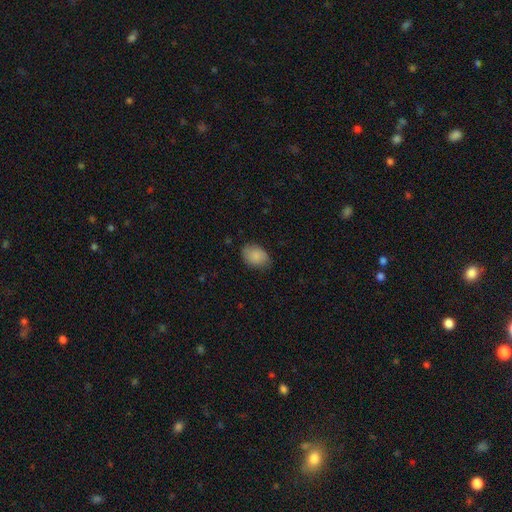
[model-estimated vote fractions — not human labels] smooth 86%, featured or disk 7%, star or artifact 7%. Down the decision tree: how rounded — in between (76%); merging — none (76%).